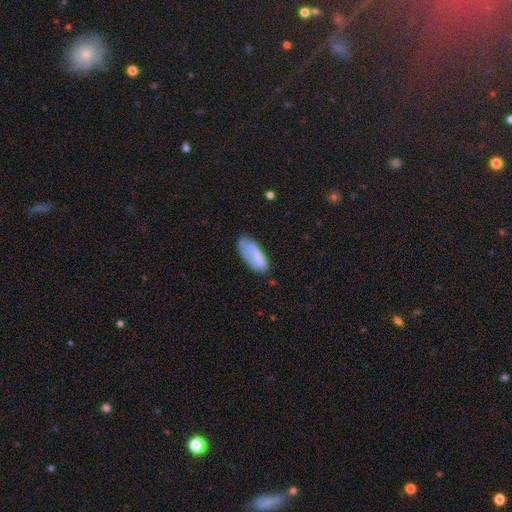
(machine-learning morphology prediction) smooth_or_featured: smooth (p=0.62) [alt: featured or disk p=0.30]
how_rounded: in between (p=0.68) [alt: cigar-shaped p=0.30]
merging: none (p=0.48) [alt: minor disturbance p=0.30]